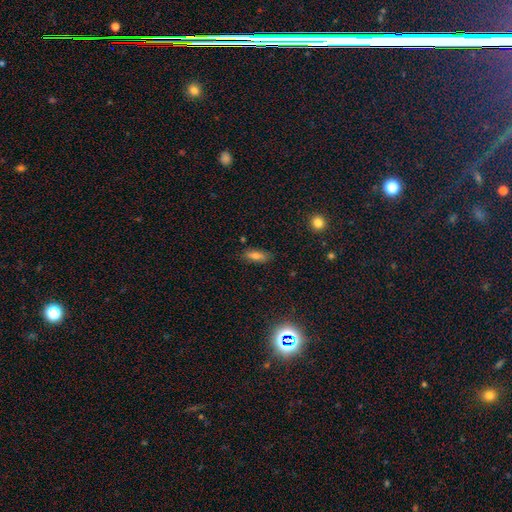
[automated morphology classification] A smooth galaxy with no disk features (71%) that is in between round and cigar-shaped (68%). Merging: none (83%).